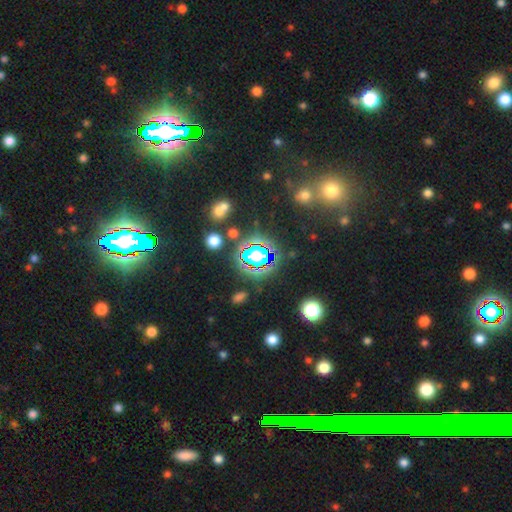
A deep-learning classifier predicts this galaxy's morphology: A star or artifact, not a galaxy (62%).